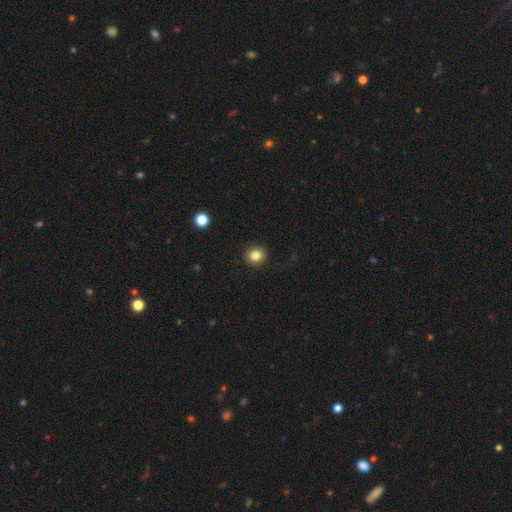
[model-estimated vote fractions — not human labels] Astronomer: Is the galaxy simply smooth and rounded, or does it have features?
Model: smooth — 84%.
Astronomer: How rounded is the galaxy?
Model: round — 82%.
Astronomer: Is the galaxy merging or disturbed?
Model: none — 91%.